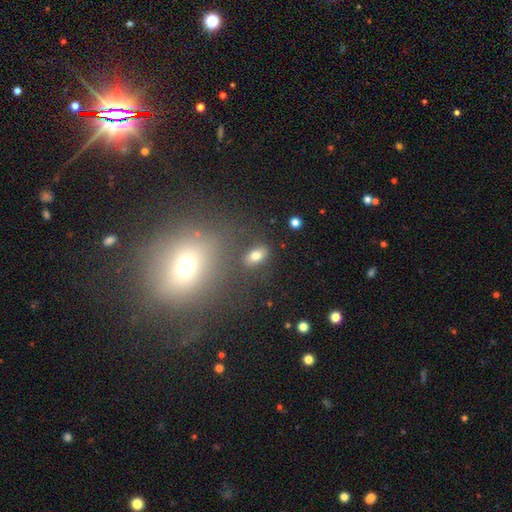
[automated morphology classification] The model was most divided on "smooth or featured": smooth: 76%, star or artifact: 12%, featured or disk: 12%. More confident: how rounded — in between (86%); merging — none (80%).